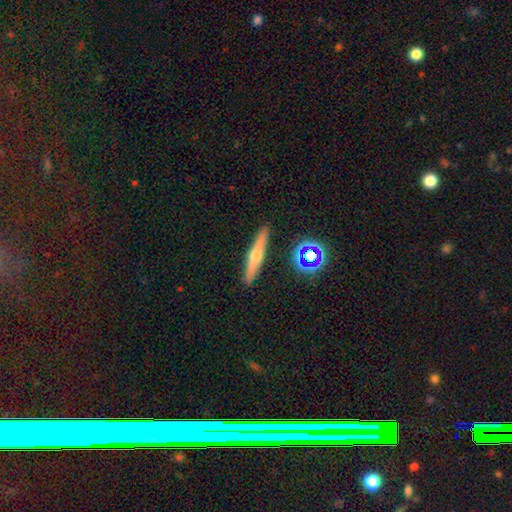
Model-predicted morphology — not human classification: Overall: featured or disk (53%; smooth 37%). Edge-on disk: yes (94%). Edge-on bulge: rounded (87%). Merging: none (90%).